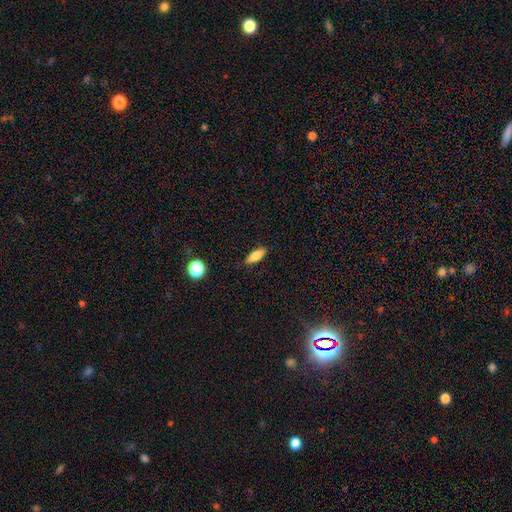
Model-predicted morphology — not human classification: type=smooth (76%); roundness=in between (65%); merging=none (87%).